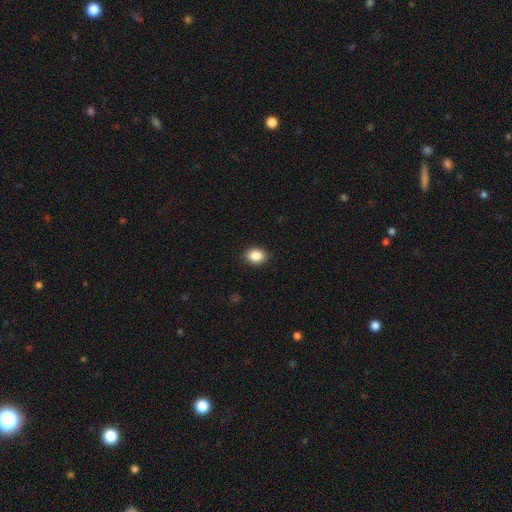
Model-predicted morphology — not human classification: This appears to be a smooth galaxy with no disk features (87%) that is in between round and cigar-shaped (56%). Merging: none (90%).